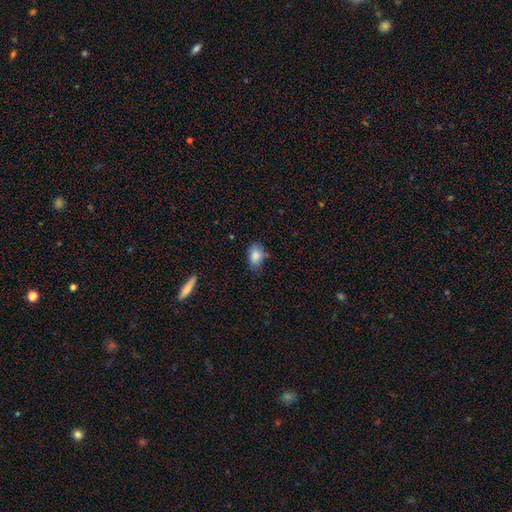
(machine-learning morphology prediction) type=smooth (85%); roundness=in between (79%); merging=none (71%).